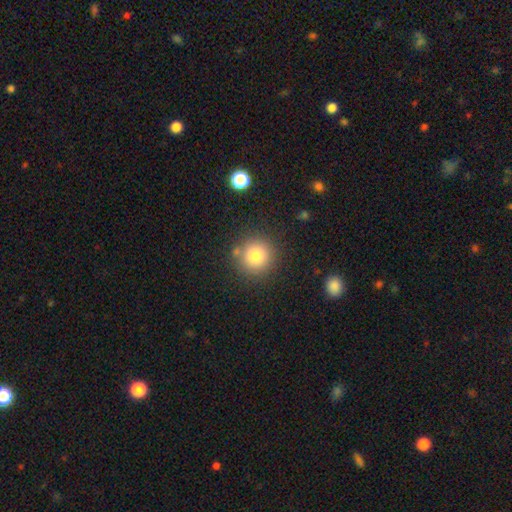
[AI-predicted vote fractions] This appears to be a smooth galaxy with no disk features (79%) that is round (94%). Merging: none (83%).